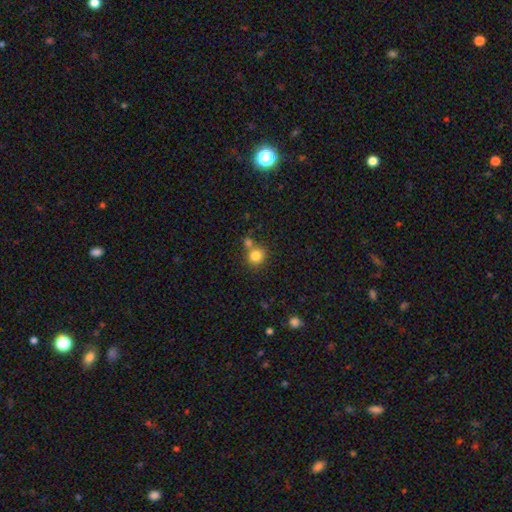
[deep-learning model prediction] smooth-or-featured: smooth: 82% | star or artifact: 11% | featured or disk: 7%
  how-rounded: round: 86% | in between: 13% | cigar-shaped: 1%
  merging: none: 59% | merger: 28% | minor disturbance: 10% | major disturbance: 4%